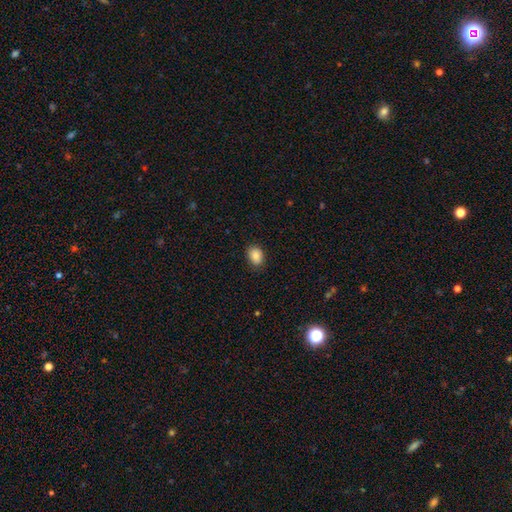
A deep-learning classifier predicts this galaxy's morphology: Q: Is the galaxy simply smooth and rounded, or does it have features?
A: smooth — 88%.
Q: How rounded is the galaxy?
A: in between — 69%.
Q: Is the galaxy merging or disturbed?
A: none — 86%.